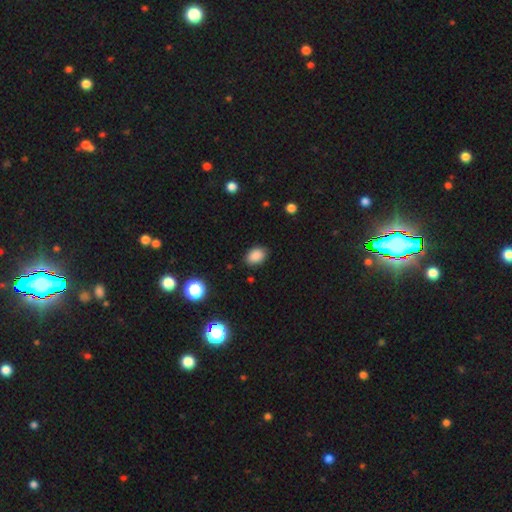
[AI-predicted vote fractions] smooth 87%, star or artifact 10%, featured or disk 3%. Down the decision tree: how rounded — in between (81%); merging — none (86%).